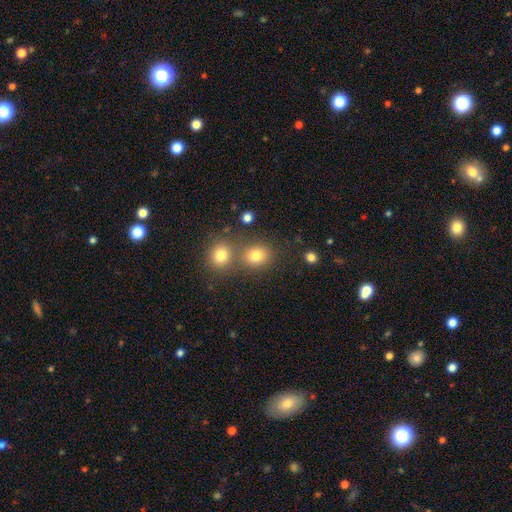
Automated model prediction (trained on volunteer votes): This is likely a smooth galaxy (78%). How rounded: likely round (76%). Merging: likely none (65%).